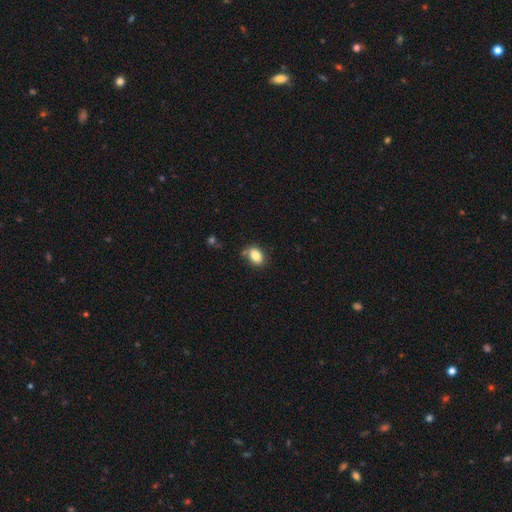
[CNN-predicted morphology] A smooth galaxy with no disk features (83%) that is in between round and cigar-shaped (79%). Merging: none (73%).